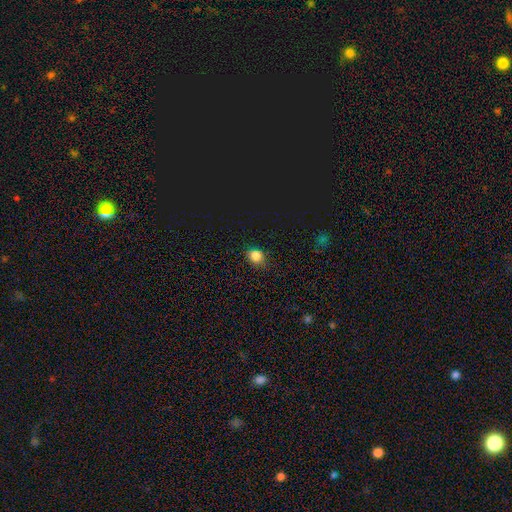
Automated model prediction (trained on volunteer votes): Morphology: type=smooth (77%); roundness=round (63%); merging=none (79%).